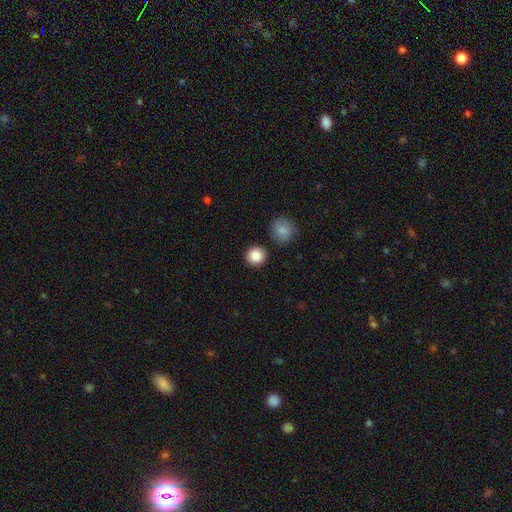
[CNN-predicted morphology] This is clearly a smooth galaxy (86%). How rounded: clearly round (93%). Merging: clearly none (89%).